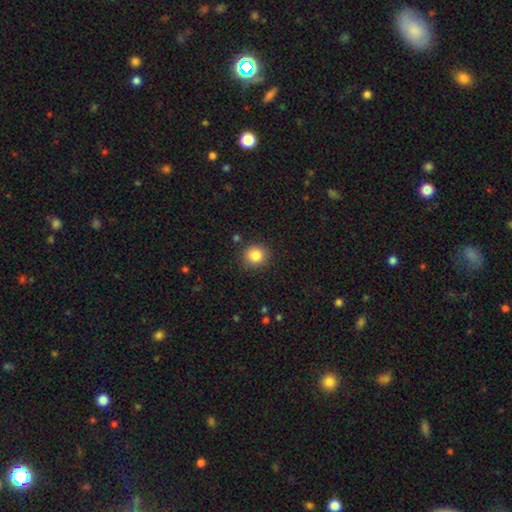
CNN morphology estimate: This is clearly a smooth galaxy (85%). How rounded: clearly round (89%). Merging: clearly none (88%).